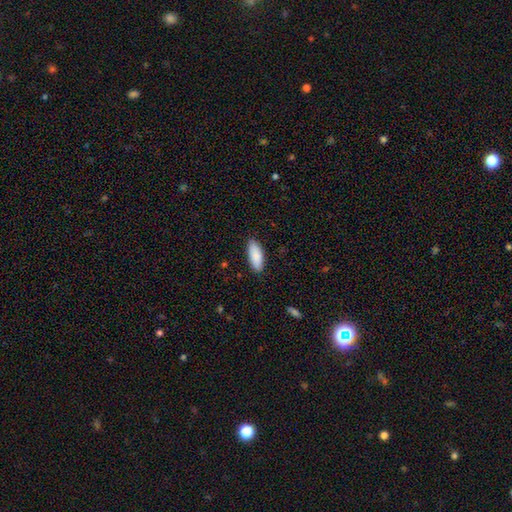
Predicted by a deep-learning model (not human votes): smooth 89%, star or artifact 6%, featured or disk 6%. Down the decision tree: how rounded — in between (78%); merging — none (88%).